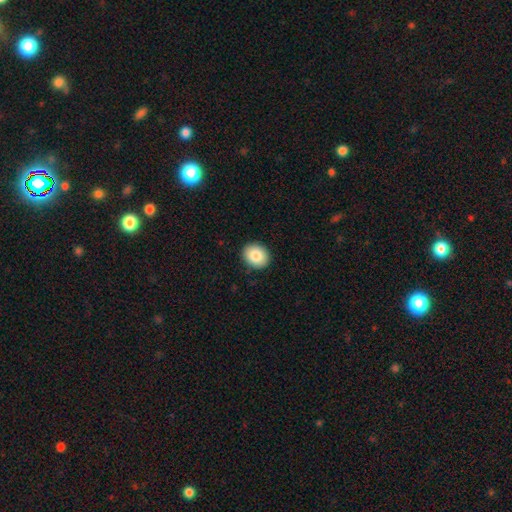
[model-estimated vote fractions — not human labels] Smooth or featured?
  - smooth: 85% *
  - star or artifact: 8%
  - featured or disk: 7%
How rounded?
  - round: 61% *
  - in between: 38%
  - cigar-shaped: 1%
Merging?
  - none: 90% *
  - minor disturbance: 7%
  - major disturbance: 2%
  - merger: 1%